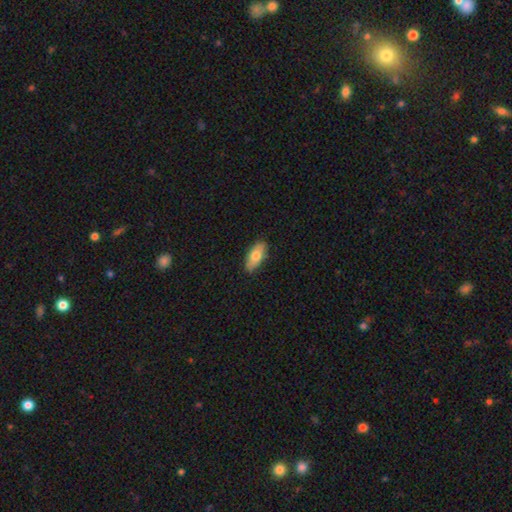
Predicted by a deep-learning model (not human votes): A smooth galaxy with no disk features (74%) that is in between round and cigar-shaped (83%). Merging: none (86%).